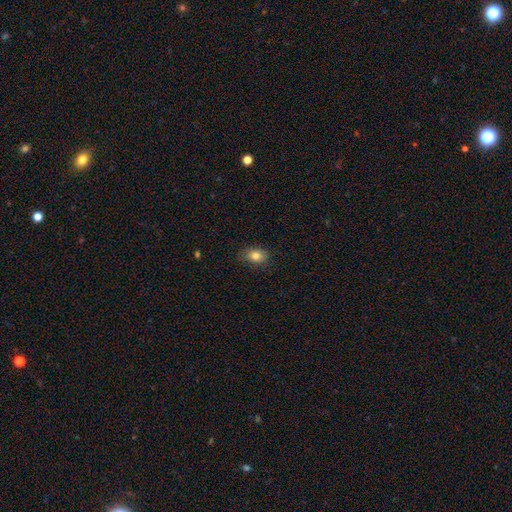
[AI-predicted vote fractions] Morphology: type=smooth (82%); roundness=in between (74%); merging=none (81%).